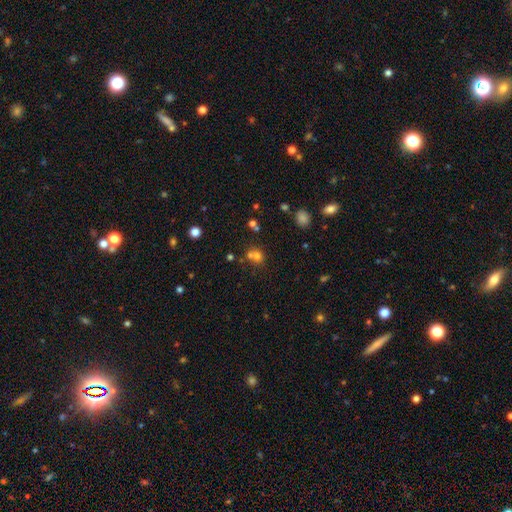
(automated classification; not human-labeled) smooth 65%, star or artifact 21%, featured or disk 13%. Down the decision tree: how rounded — round (82%); merging — none (48%).